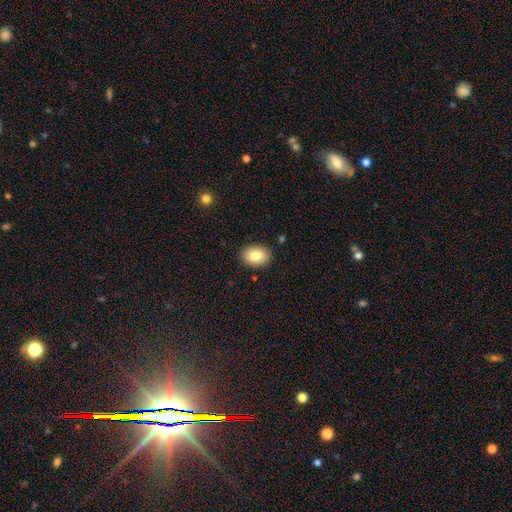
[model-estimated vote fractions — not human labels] Smooth or featured?
  - smooth: 82% *
  - featured or disk: 10%
  - star or artifact: 8%
How rounded?
  - in between: 69% *
  - round: 30%
  - cigar-shaped: 1%
Merging?
  - none: 88% *
  - minor disturbance: 8%
  - major disturbance: 2%
  - merger: 1%